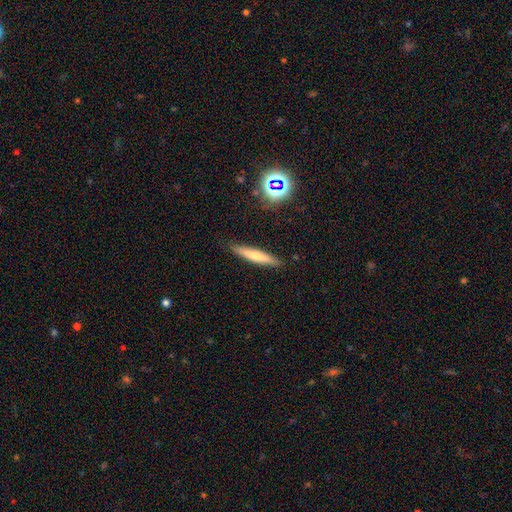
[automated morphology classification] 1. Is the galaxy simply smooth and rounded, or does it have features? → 62% smooth, 31% featured or disk, 7% star or artifact.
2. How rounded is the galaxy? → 92% cigar-shaped, 7% in between, 1% round.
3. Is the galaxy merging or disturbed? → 89% none, 8% minor disturbance, 2% major disturbance, 1% merger.